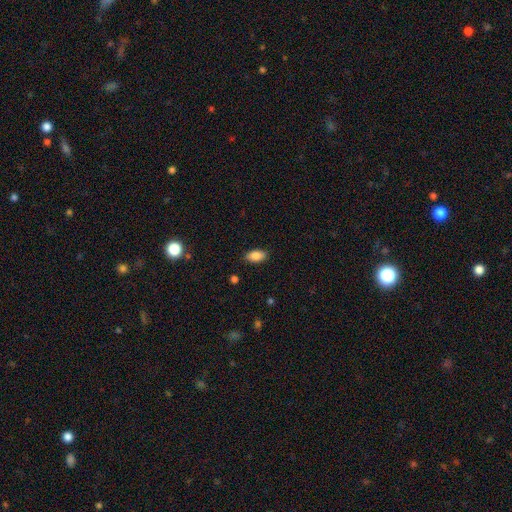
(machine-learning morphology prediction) The model was most divided on "merging": none: 87%, minor disturbance: 10%, major disturbance: 2%, merger: 1%. More confident: how rounded — in between (91%); smooth or featured — smooth (86%).